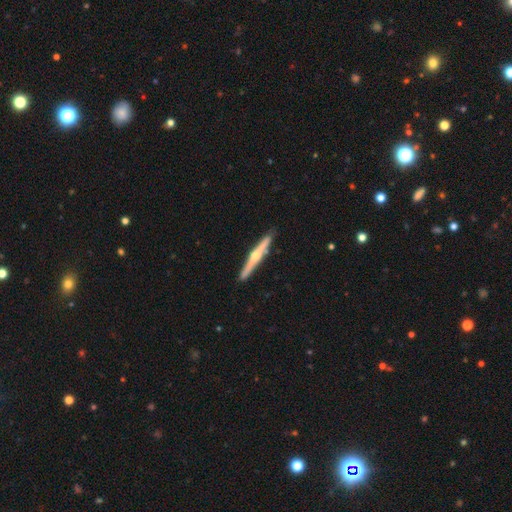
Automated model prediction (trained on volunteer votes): Smooth or featured? Predicted: featured or disk (p=0.71). Edge-on disk? Predicted: yes (p=0.98). Edge-on bulge? Predicted: rounded (p=0.86). Merging? Predicted: none (p=0.90).